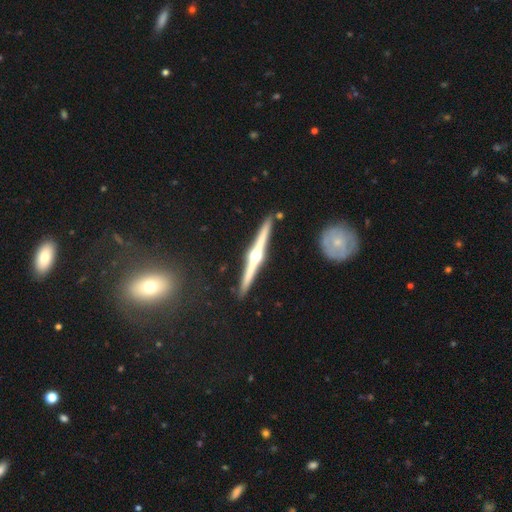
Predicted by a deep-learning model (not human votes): smooth_or_featured: featured or disk (p=0.85) [alt: smooth p=0.10]
disk_edge_on: yes (p=0.99) [alt: no p=0.01]
edge_on_bulge: rounded (p=0.94) [alt: none p=0.03]
merging: none (p=0.92) [alt: minor disturbance p=0.06]